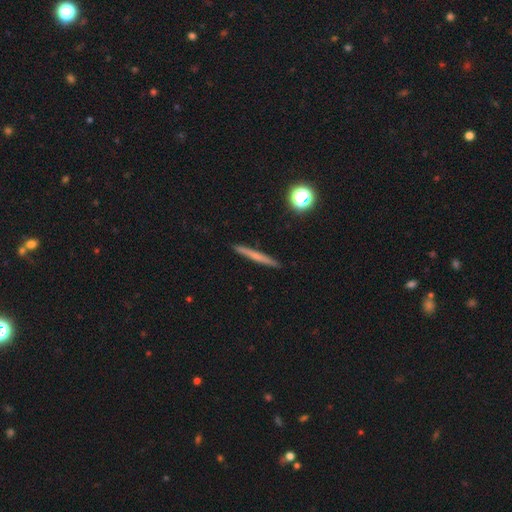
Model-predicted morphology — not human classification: type=smooth (52%); roundness=cigar-shaped (94%); merging=none (92%).